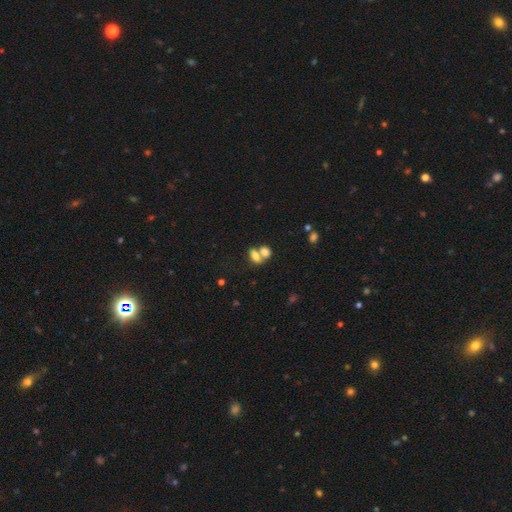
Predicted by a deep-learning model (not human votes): A smooth galaxy with no disk features (74%) that is in between round and cigar-shaped (77%). Merging: merger (59%).